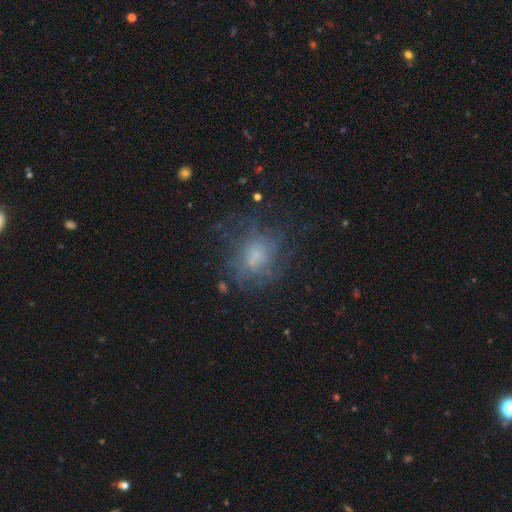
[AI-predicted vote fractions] This is marginally a smooth galaxy (42%, tied with featured or disk). Merging: possibly none (58%).